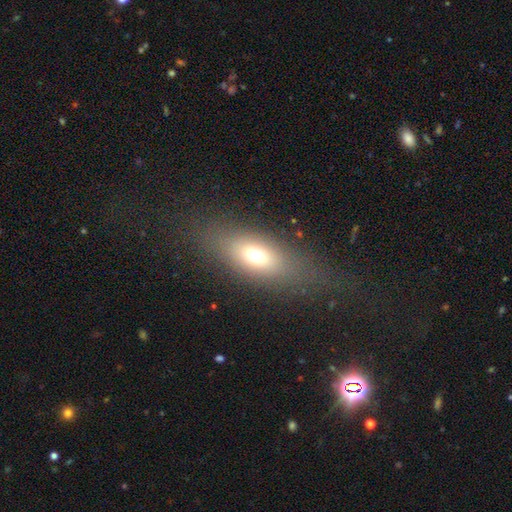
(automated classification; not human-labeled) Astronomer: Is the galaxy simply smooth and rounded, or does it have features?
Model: smooth — 65%.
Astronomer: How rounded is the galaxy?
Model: in between — 73%.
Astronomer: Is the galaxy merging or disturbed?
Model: none — 74%.